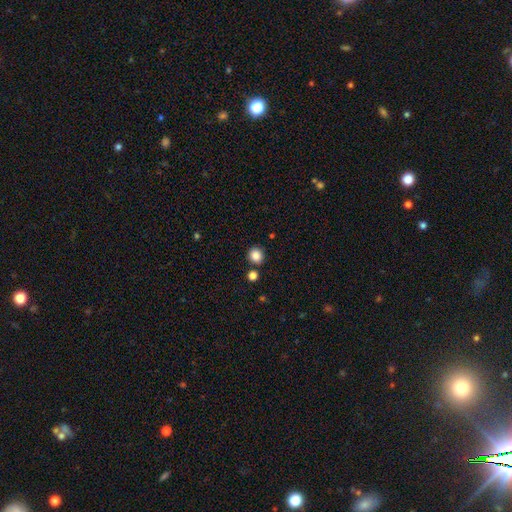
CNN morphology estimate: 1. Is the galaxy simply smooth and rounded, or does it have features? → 86% smooth, 11% star or artifact, 4% featured or disk.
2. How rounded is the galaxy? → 92% round, 7% in between, 1% cigar-shaped.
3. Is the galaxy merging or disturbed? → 85% none, 7% minor disturbance, 6% merger, 2% major disturbance.